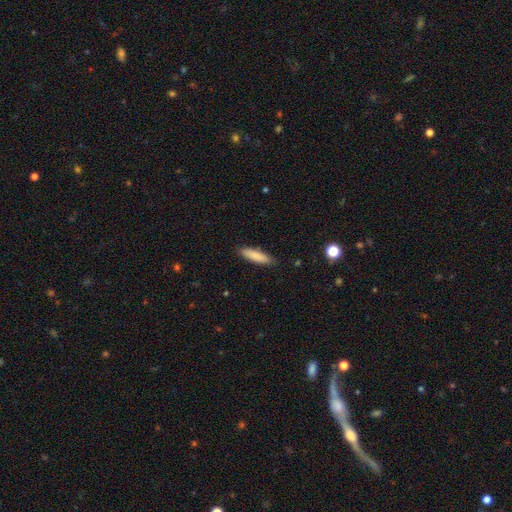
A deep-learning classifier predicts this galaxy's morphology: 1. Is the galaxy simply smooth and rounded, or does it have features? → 85% smooth, 8% featured or disk, 6% star or artifact.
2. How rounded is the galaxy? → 72% cigar-shaped, 26% in between, 1% round.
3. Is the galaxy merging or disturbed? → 88% none, 9% minor disturbance, 2% major disturbance, 1% merger.